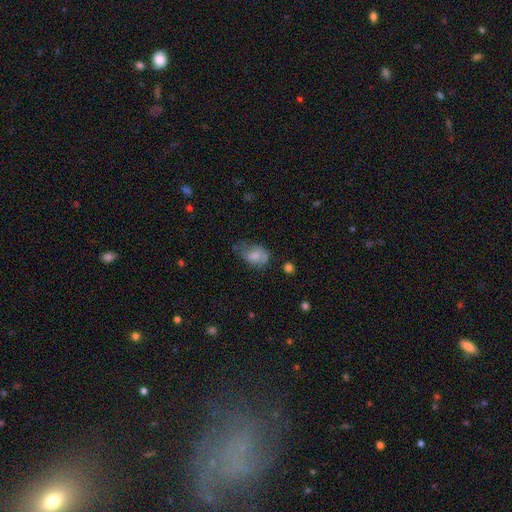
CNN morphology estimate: Smooth or featured: smooth — 67% (featured or disk — 24%)
How rounded: in between — 78% (round — 21%)
Merging: none — 35% (tied with minor disturbance — 35%)